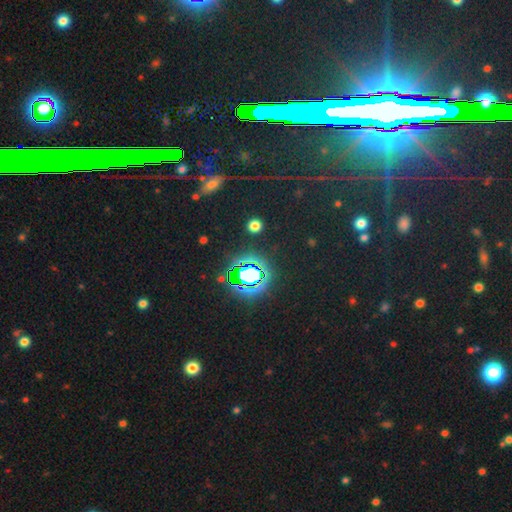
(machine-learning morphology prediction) The model was most divided on "smooth or featured": star or artifact: 81%, smooth: 10%, featured or disk: 9%.